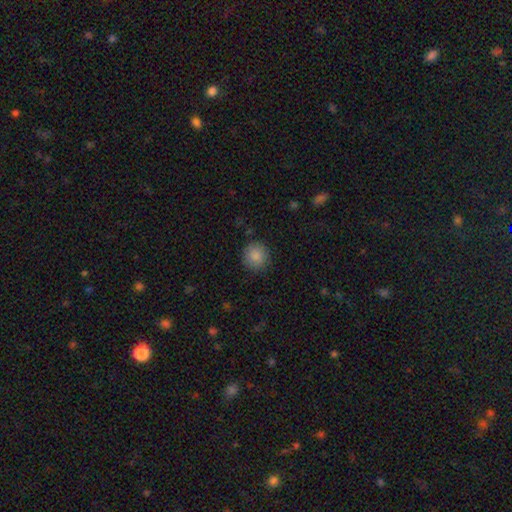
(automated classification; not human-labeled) smooth 87%, star or artifact 8%, featured or disk 5%. Down the decision tree: how rounded — round (92%); merging — none (88%).